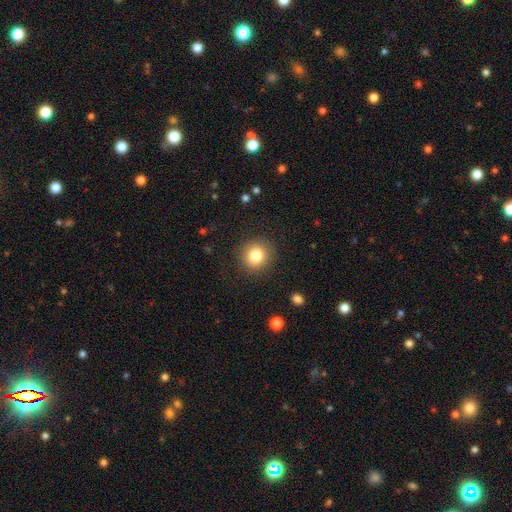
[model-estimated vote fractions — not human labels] Smooth or featured: smooth — 82% (star or artifact — 11%)
How rounded: round — 89% (in between — 10%)
Merging: none — 88% (minor disturbance — 7%)